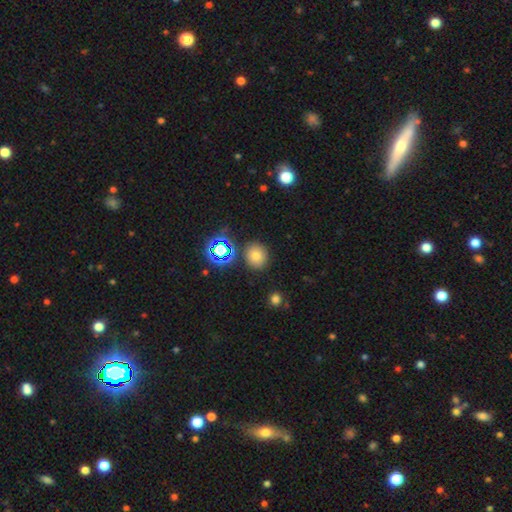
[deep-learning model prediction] Smooth or featured: smooth — 69% (star or artifact — 23%)
How rounded: round — 77% (in between — 22%)
Merging: none — 85% (minor disturbance — 9%)